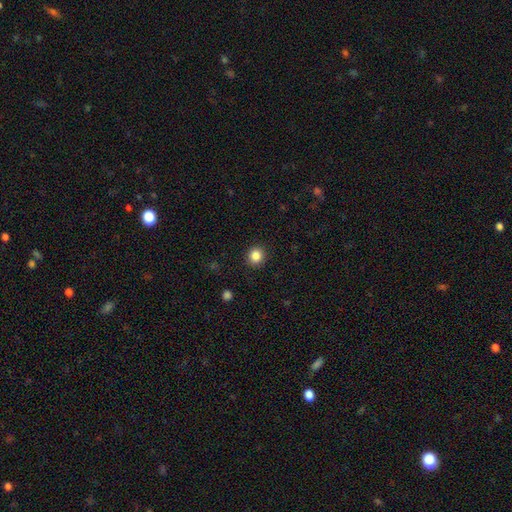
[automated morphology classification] smooth 85%, star or artifact 11%, featured or disk 4%. Down the decision tree: how rounded — round (90%); merging — none (92%).